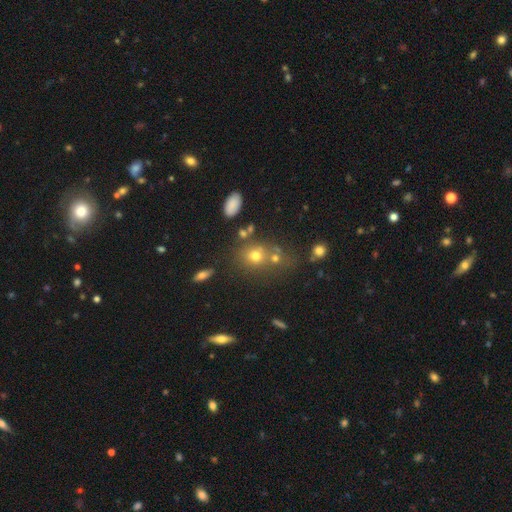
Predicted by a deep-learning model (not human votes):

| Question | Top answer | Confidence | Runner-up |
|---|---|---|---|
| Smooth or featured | smooth | 65% | star or artifact (19%) |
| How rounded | round | 63% | in between (35%) |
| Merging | none | 56% | merger (26%) |